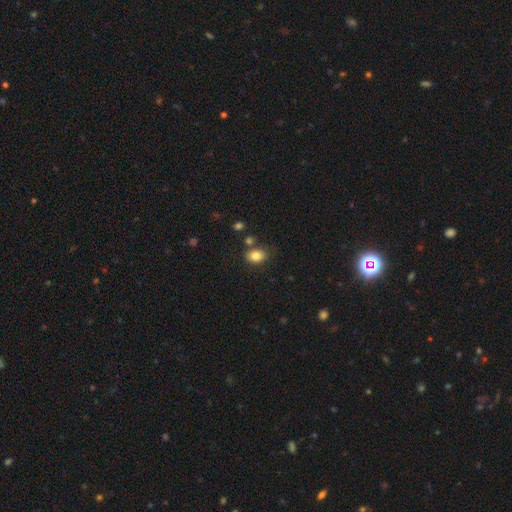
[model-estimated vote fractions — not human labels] This is clearly a smooth galaxy (83%). How rounded: likely in between (74%). Merging: likely none (72%).